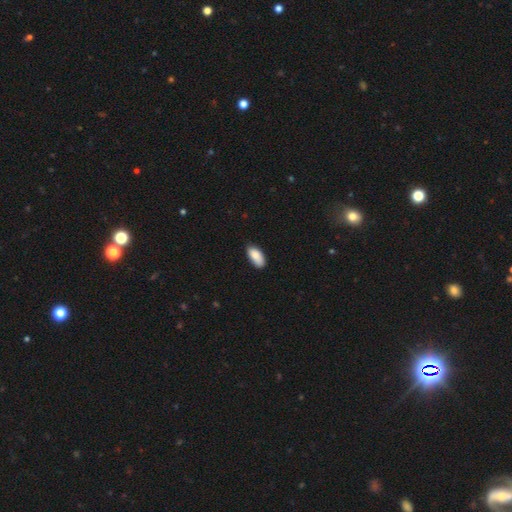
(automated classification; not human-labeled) Q: Smooth or featured?
A: smooth (87%); runner-up: featured or disk (7%)
Q: How rounded?
A: in between (92%); runner-up: cigar-shaped (6%)
Q: Merging?
A: none (77%); runner-up: minor disturbance (19%)